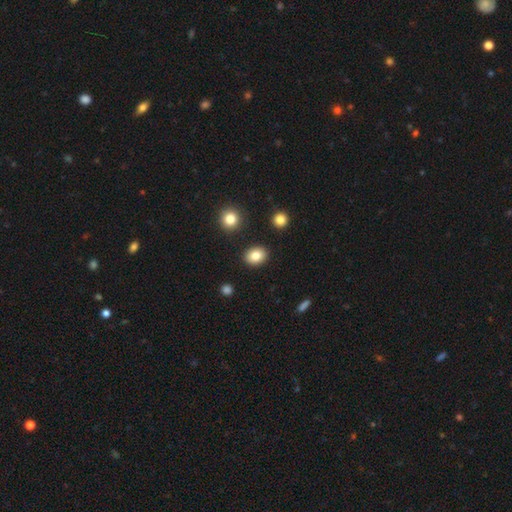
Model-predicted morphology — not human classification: smooth_or_featured: smooth (p=0.83) [alt: star or artifact p=0.09]
how_rounded: in between (p=0.55) [alt: round p=0.44]
merging: none (p=0.88) [alt: minor disturbance p=0.07]